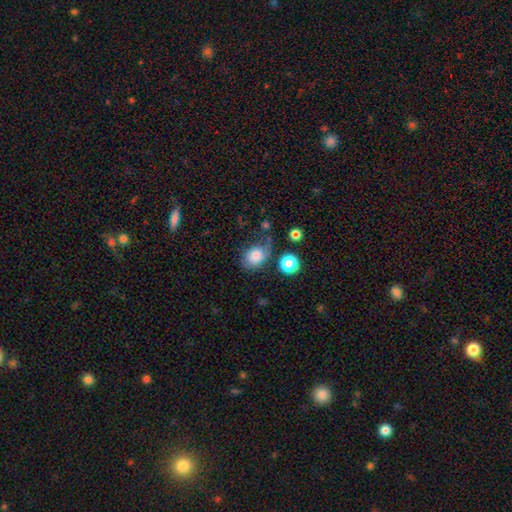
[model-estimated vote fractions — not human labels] Smooth or featured? smooth (77%)
How rounded? in between (61%)
Merging? none (52%)